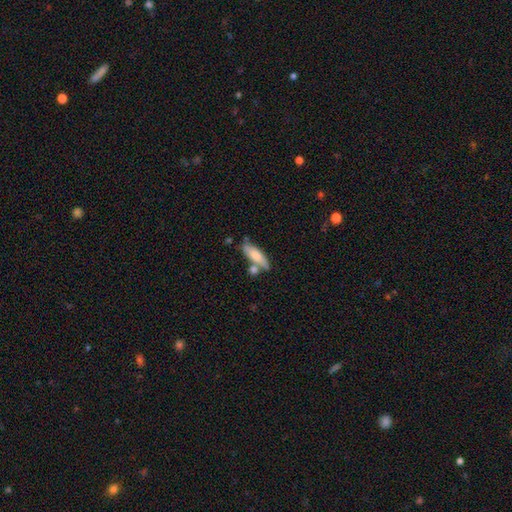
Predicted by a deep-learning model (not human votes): Overall: smooth (71%). How rounded: in between (53%; cigar-shaped 44%). Merging: none (60%).